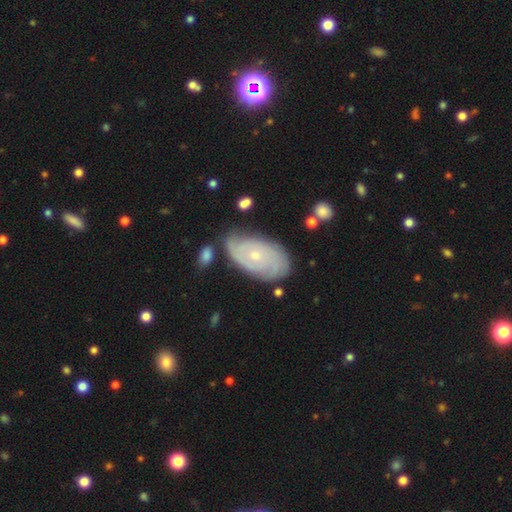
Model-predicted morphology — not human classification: smooth_or_featured: featured or disk (p=0.77) [alt: smooth p=0.17]
disk_edge_on: no (p=0.96) [alt: yes p=0.04]
bar: no (p=0.78) [alt: weak p=0.19]
has_spiral_arms: yes (p=0.92) [alt: no p=0.08]
spiral_winding: tight (p=0.76) [alt: medium p=0.19]
spiral_arm_count: can't tell (p=0.39) [alt: 2 p=0.31]
bulge_size: small (p=0.73) [alt: moderate p=0.23]
merging: none (p=0.72) [alt: minor disturbance p=0.19]